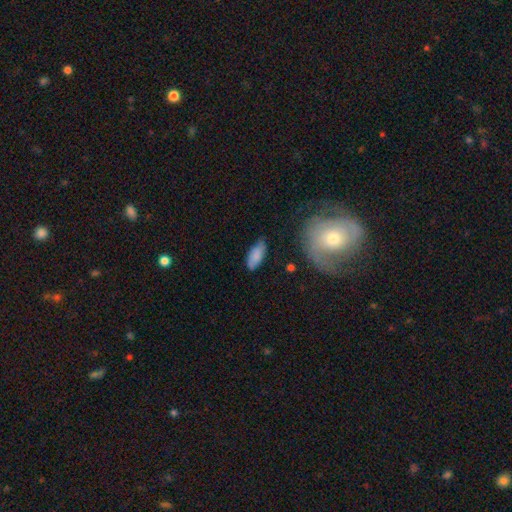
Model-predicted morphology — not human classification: smooth_or_featured: smooth (p=0.81) [alt: featured or disk p=0.12]
how_rounded: in between (p=0.82) [alt: cigar-shaped p=0.15]
merging: none (p=0.68) [alt: minor disturbance p=0.24]